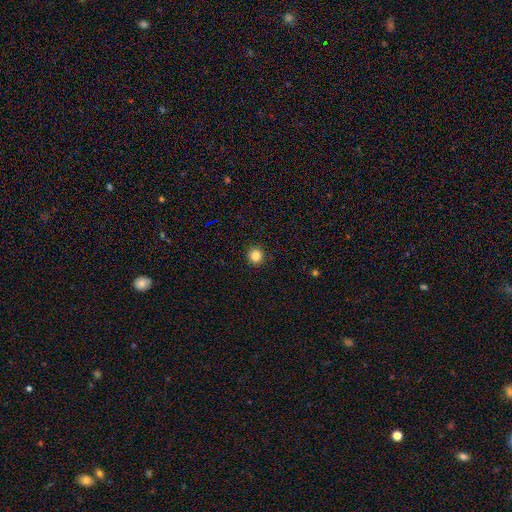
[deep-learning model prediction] A smooth galaxy with no disk features (85%) that is round (94%).

Vote fractions:
- Smooth or featured? smooth: 85% / star or artifact: 12% / featured or disk: 4%
- How rounded? round: 94% / in between: 5% / cigar-shaped: 1%
- Merging? none: 93% / minor disturbance: 5% / major disturbance: 2% / merger: 1%